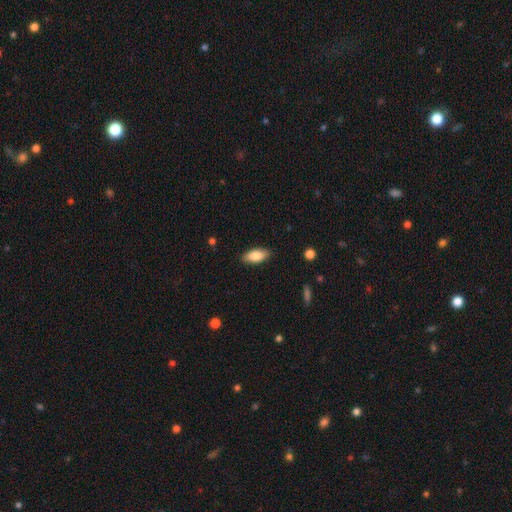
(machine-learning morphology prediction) The model was most divided on "how rounded": in between: 84%, cigar-shaped: 13%, round: 2%. More confident: merging — none (86%); smooth or featured — smooth (84%).